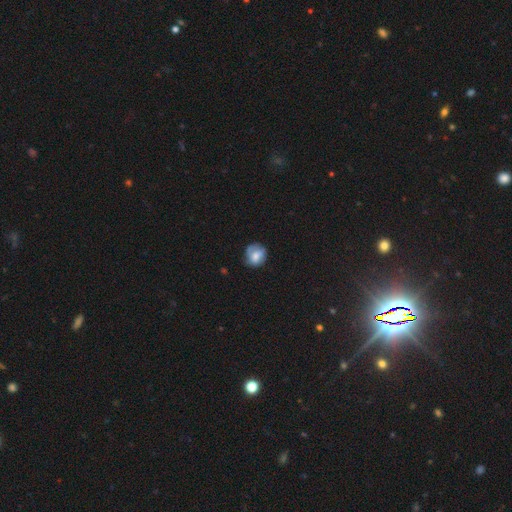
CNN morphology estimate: Overall: smooth (64%; featured or disk 28%). How rounded: round (75%). Merging: none (63%; minor disturbance 26%).